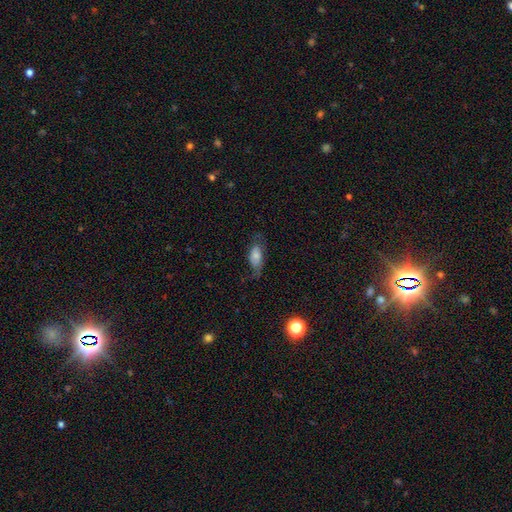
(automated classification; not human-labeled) Morphology: type=smooth (61%); roundness=in between (88%); merging=none (54%).